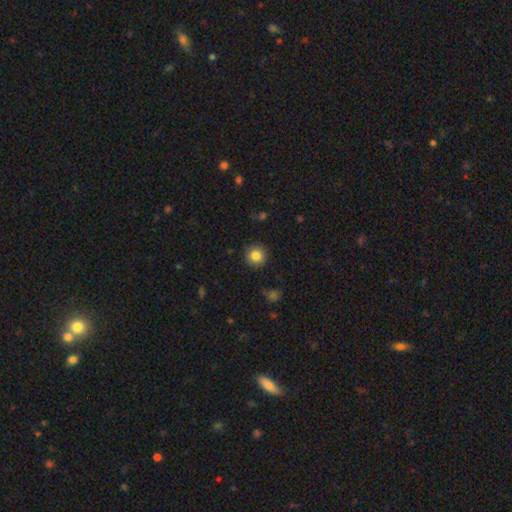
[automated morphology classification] smooth-or-featured: smooth: 84% | star or artifact: 10% | featured or disk: 6%
  how-rounded: round: 94% | in between: 5% | cigar-shaped: 1%
  merging: none: 90% | minor disturbance: 7% | major disturbance: 2% | merger: 1%